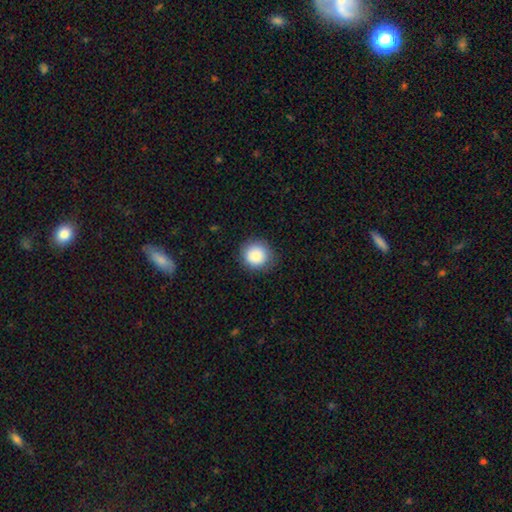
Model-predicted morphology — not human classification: smooth-or-featured: smooth: 86% | star or artifact: 9% | featured or disk: 5%
  how-rounded: round: 93% | in between: 6% | cigar-shaped: 1%
  merging: none: 88% | minor disturbance: 9% | major disturbance: 2% | merger: 1%